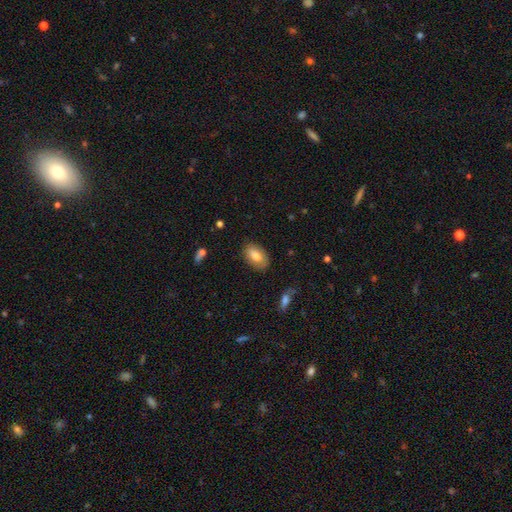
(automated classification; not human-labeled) Smooth or featured?
  - smooth: 77% *
  - featured or disk: 16%
  - star or artifact: 7%
How rounded?
  - in between: 93% *
  - round: 5%
  - cigar-shaped: 2%
Merging?
  - none: 83% *
  - minor disturbance: 13%
  - major disturbance: 3%
  - merger: 1%